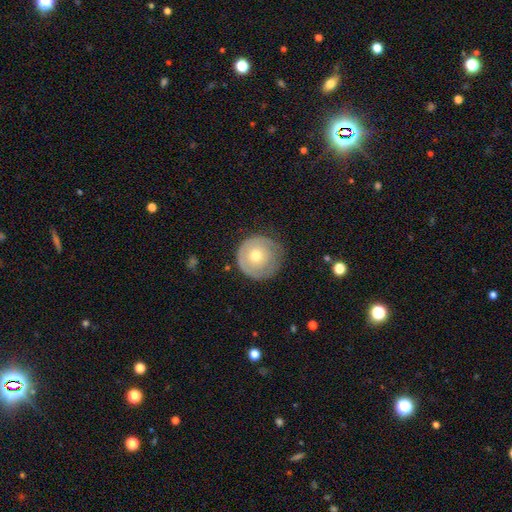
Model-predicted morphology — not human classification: type=smooth (51%); roundness=round (94%); merging=none (70%).